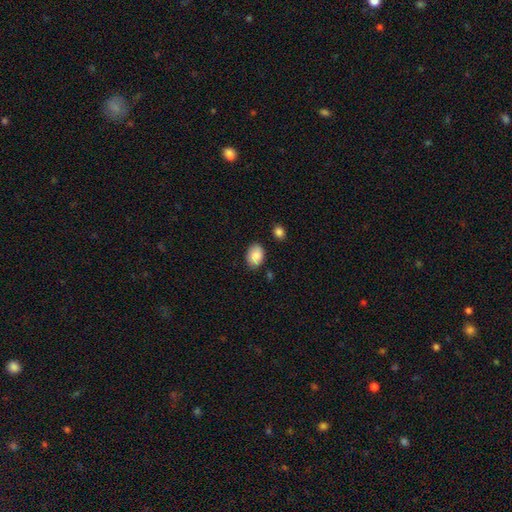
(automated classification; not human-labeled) A smooth galaxy with no disk features (86%) that is in between round and cigar-shaped (79%).

Vote fractions:
- Smooth or featured? smooth: 86% / star or artifact: 7% / featured or disk: 7%
- How rounded? in between: 79% / round: 20% / cigar-shaped: 1%
- Merging? none: 81% / minor disturbance: 13% / major disturbance: 3% / merger: 3%